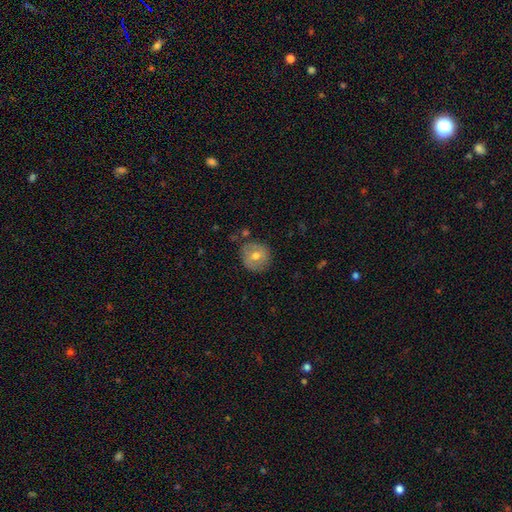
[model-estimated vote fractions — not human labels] Q: Smooth or featured?
A: smooth (63%); runner-up: featured or disk (28%)
Q: How rounded?
A: round (91%); runner-up: in between (8%)
Q: Merging?
A: none (81%); runner-up: minor disturbance (13%)